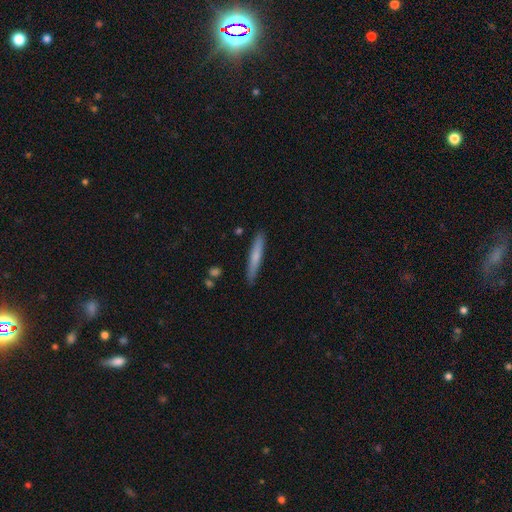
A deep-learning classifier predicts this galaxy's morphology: A smooth galaxy with no disk features (65%) that is cigar-shaped (94%).

Vote fractions:
- Smooth or featured? smooth: 65% / featured or disk: 29% / star or artifact: 6%
- How rounded? cigar-shaped: 94% / in between: 5% / round: 1%
- Merging? none: 88% / minor disturbance: 9% / major disturbance: 2% / merger: 2%